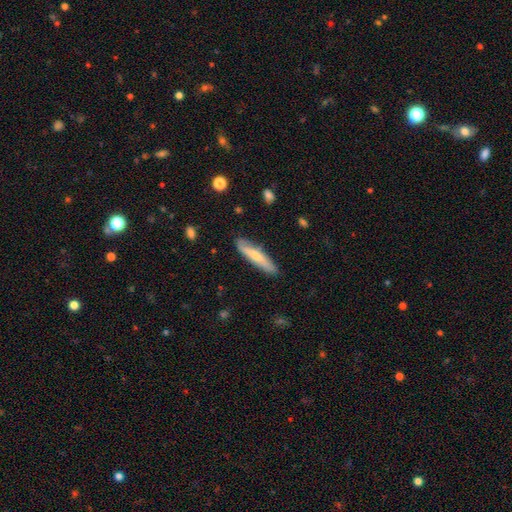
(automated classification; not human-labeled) The model was most divided on "smooth or featured": smooth: 59%, featured or disk: 35%, star or artifact: 6%. More confident: how rounded — cigar-shaped (83%); merging — none (81%).